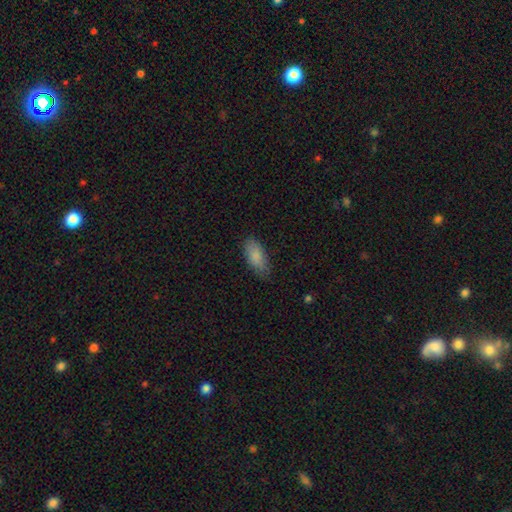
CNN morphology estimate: Smooth or featured: smooth — 86% (featured or disk — 8%)
How rounded: in between — 87% (cigar-shaped — 11%)
Merging: none — 78% (minor disturbance — 17%)